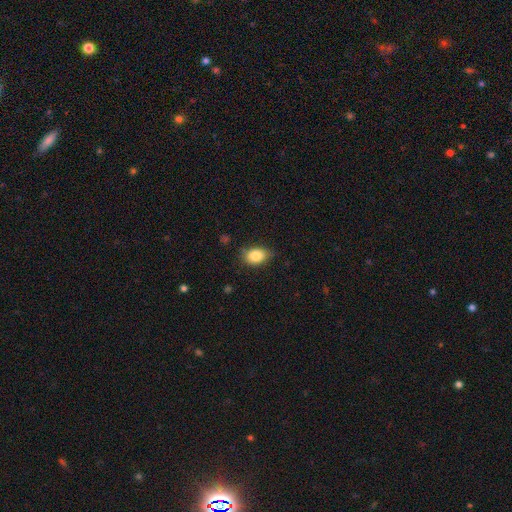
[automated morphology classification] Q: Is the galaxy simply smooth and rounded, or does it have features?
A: smooth — 84%.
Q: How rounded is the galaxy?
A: in between — 76%.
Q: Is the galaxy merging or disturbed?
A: none — 71%.